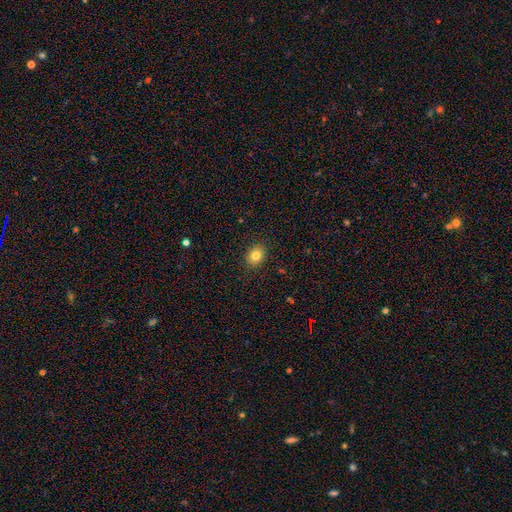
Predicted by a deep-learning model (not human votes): smooth-or-featured: smooth: 81% | star or artifact: 11% | featured or disk: 8%
  how-rounded: in between: 54% | round: 45% | cigar-shaped: 1%
  merging: none: 89% | minor disturbance: 8% | major disturbance: 2% | merger: 1%